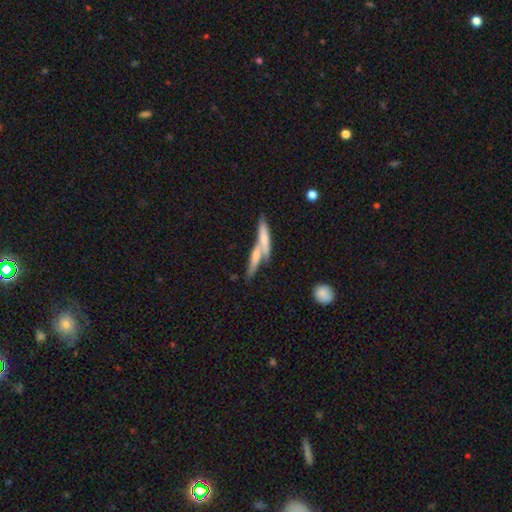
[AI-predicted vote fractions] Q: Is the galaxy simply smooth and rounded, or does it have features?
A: smooth — 56%.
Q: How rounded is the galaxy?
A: cigar-shaped — 79%.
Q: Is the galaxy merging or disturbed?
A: merger — 51%.